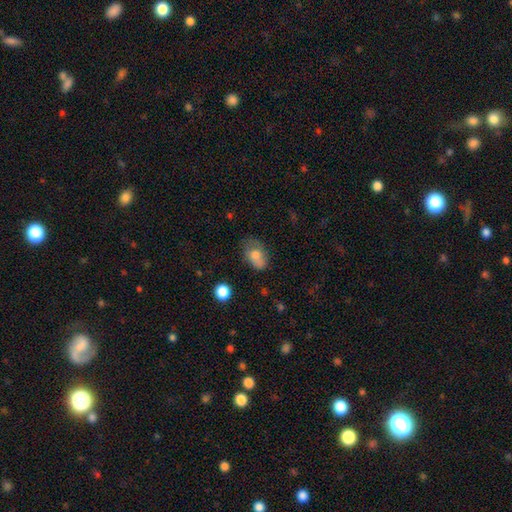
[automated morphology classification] smooth_or_featured: smooth (p=0.71) [alt: featured or disk p=0.20]
how_rounded: in between (p=0.83) [alt: round p=0.16]
merging: none (p=0.48) [alt: minor disturbance p=0.31]